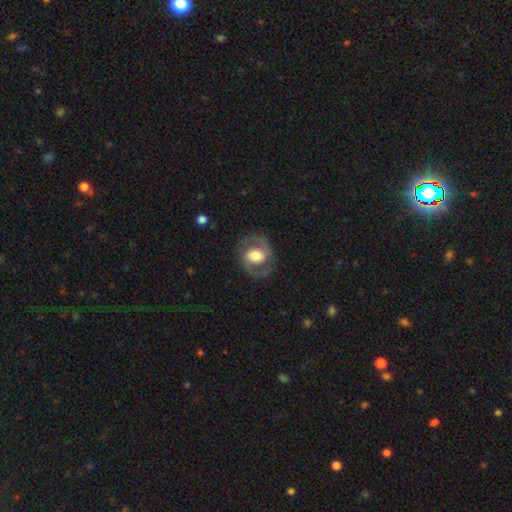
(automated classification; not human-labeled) This is likely a featured or disk galaxy (75%). It is clearly not viewed edge-on (97%). Bar: marginally no (44%). Spiral arm pattern: clearly yes (86%). Spiral arm count: clearly 2 (91%). Spiral winding: possibly medium (57%). Central bulge: possibly large (45%). Merging: clearly none (81%).